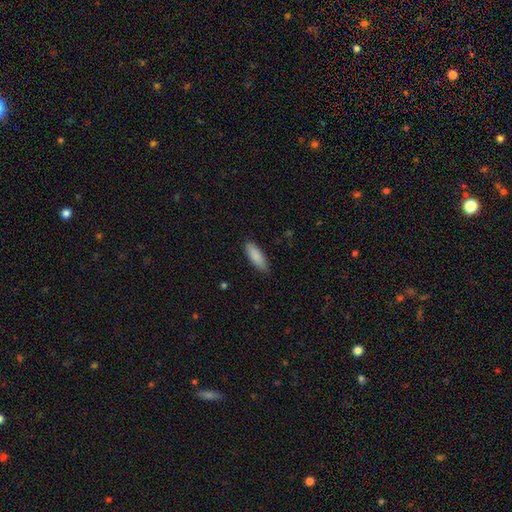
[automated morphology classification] smooth-or-featured: smooth: 87% | featured or disk: 7% | star or artifact: 6%
  how-rounded: in between: 60% | cigar-shaped: 38% | round: 2%
  merging: none: 86% | minor disturbance: 11% | major disturbance: 2% | merger: 1%